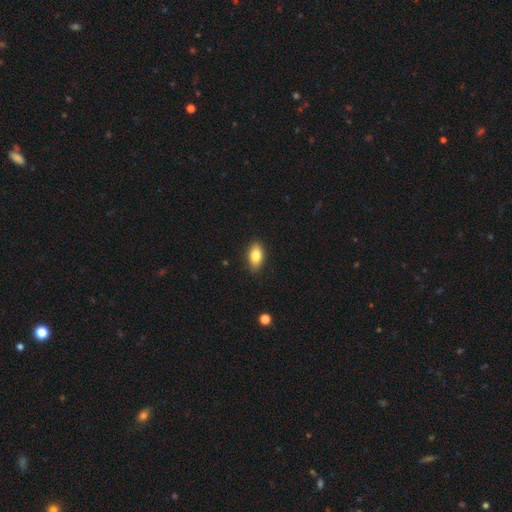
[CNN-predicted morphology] Smooth or featured: smooth — 82% (featured or disk — 10%)
How rounded: in between — 89% (round — 6%)
Merging: none — 87% (minor disturbance — 10%)